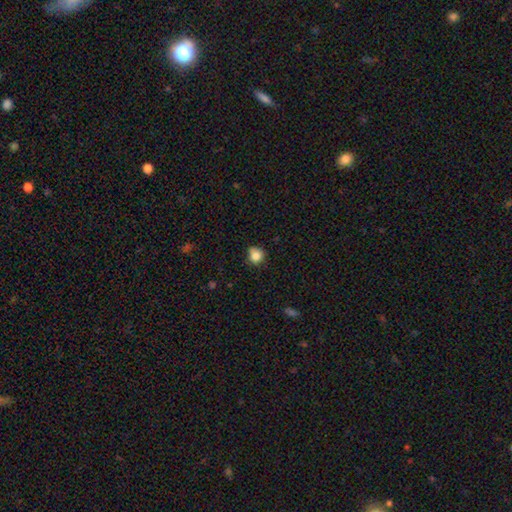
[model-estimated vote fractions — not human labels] A smooth galaxy with no disk features (83%) that is round (85%).

Vote fractions:
- Smooth or featured? smooth: 83% / star or artifact: 11% / featured or disk: 7%
- How rounded? round: 85% / in between: 14% / cigar-shaped: 1%
- Merging? none: 64% / minor disturbance: 22% / merger: 8% / major disturbance: 5%